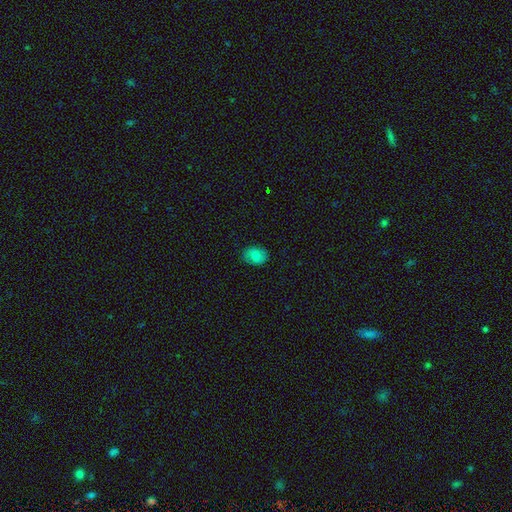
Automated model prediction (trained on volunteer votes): Overall: smooth (82%). How rounded: in between (66%; round 33%). Merging: none (84%).